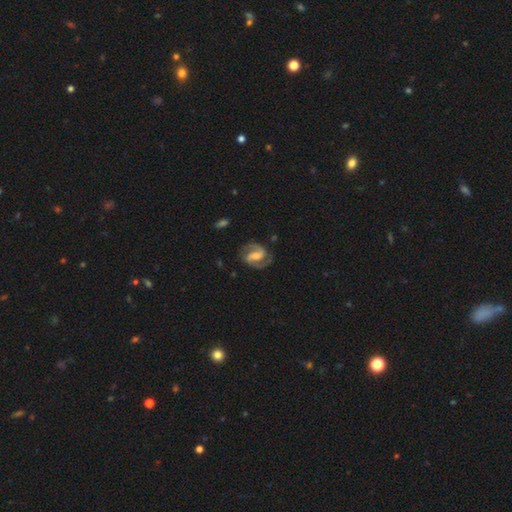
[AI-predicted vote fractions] This is clearly a featured or disk galaxy (91%). It is clearly not viewed edge-on (98%). Bar: marginally weak (43%). Spiral arm pattern: clearly yes (98%). Spiral arm count: clearly 2 (94%). Spiral winding: likely medium (60%). Central bulge: marginally moderate (42%). Merging: clearly none (83%).